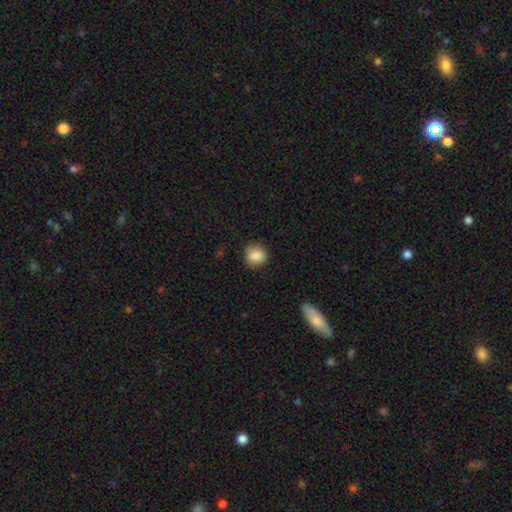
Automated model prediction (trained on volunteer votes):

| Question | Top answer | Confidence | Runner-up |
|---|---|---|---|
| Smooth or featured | smooth | 87% | star or artifact (8%) |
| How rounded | round | 84% | in between (15%) |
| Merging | none | 83% | minor disturbance (13%) |